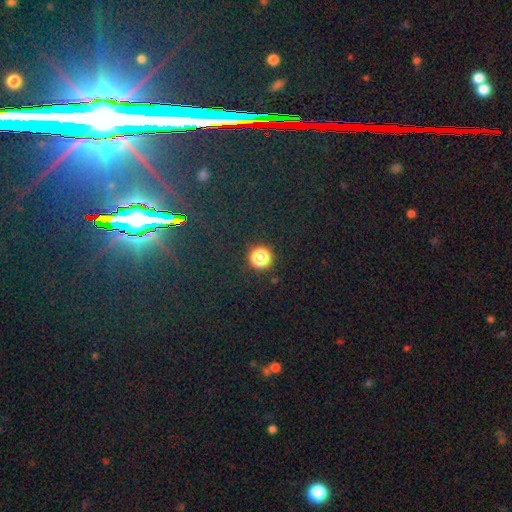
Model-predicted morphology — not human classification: Smooth or featured? star or artifact (48%)